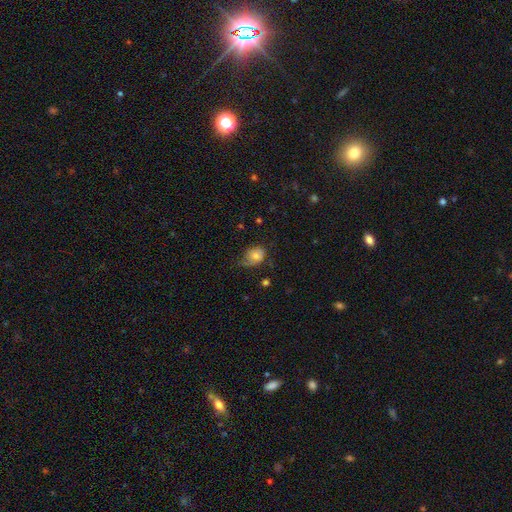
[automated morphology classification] Smooth or featured? smooth (68%)
How rounded? in between (57%)
Merging? none (41%)